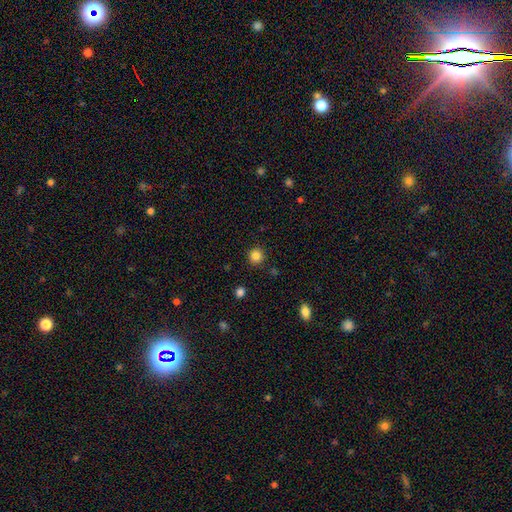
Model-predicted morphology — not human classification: smooth-or-featured: smooth: 84% | star or artifact: 12% | featured or disk: 4%
  how-rounded: round: 93% | in between: 6% | cigar-shaped: 1%
  merging: none: 90% | minor disturbance: 6% | major disturbance: 2% | merger: 2%